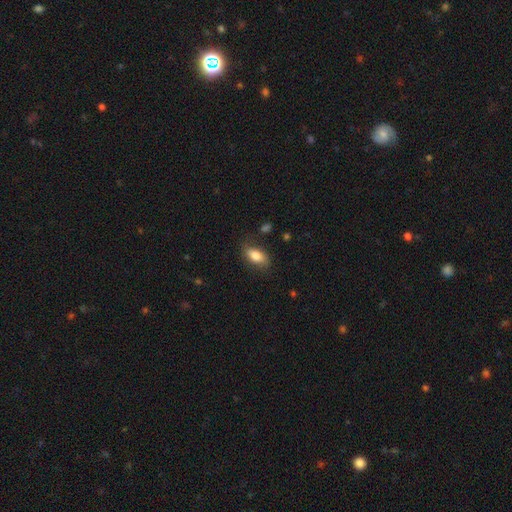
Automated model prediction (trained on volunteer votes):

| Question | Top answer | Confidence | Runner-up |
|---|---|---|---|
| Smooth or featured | smooth | 80% | featured or disk (13%) |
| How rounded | in between | 88% | cigar-shaped (6%) |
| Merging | none | 75% | minor disturbance (18%) |